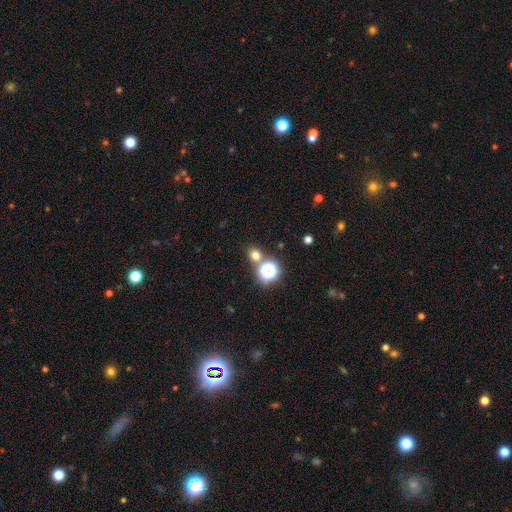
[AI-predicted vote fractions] This is likely a smooth galaxy (68%). How rounded: clearly round (83%). Merging: likely none (74%).